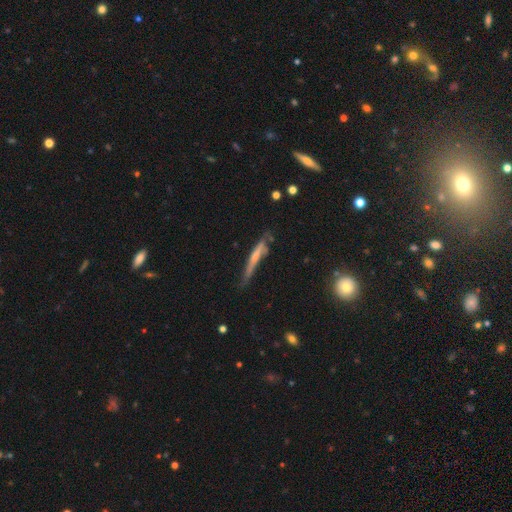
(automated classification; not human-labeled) smooth_or_featured: featured or disk (p=0.47) [alt: smooth p=0.46]
merging: none (p=0.48) [alt: minor disturbance p=0.32]